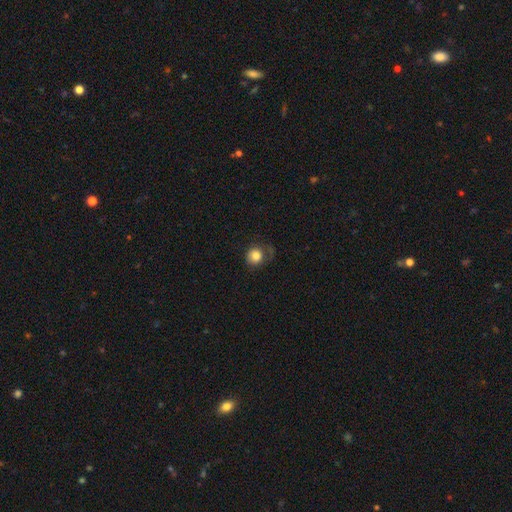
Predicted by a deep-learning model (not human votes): Morphology: type=smooth (80%); roundness=round (83%); merging=none (56%).